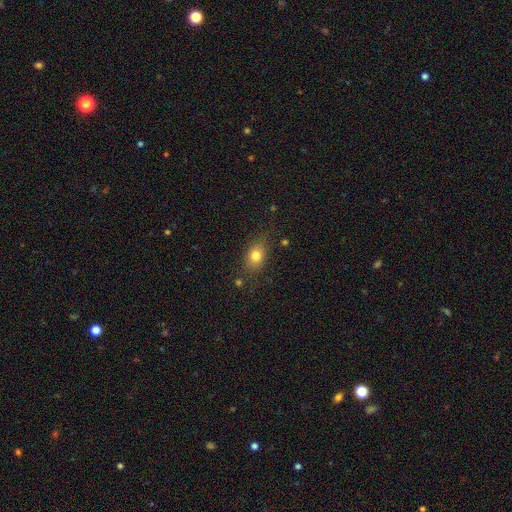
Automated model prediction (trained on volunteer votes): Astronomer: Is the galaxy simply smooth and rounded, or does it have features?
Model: smooth — 78%.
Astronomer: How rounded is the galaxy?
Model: in between — 70%.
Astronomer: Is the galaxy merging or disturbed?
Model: none — 77%.